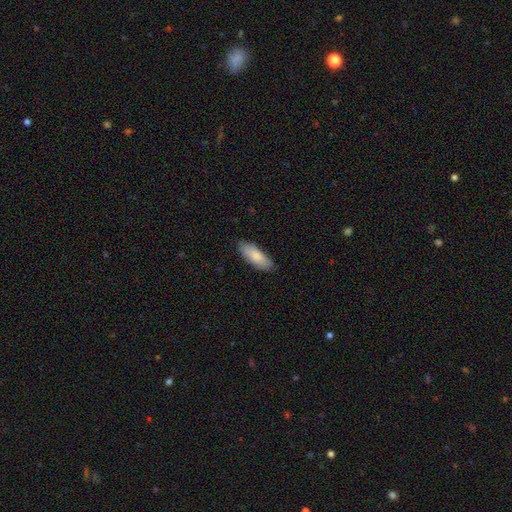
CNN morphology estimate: This is clearly a smooth galaxy (83%). How rounded: likely in between (71%). Merging: clearly none (85%).